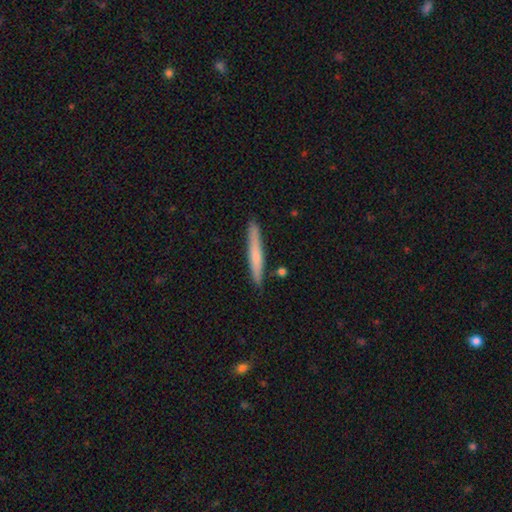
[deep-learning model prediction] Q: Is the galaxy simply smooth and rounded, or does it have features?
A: smooth — 60%.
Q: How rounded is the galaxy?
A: cigar-shaped — 96%.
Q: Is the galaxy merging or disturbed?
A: none — 88%.